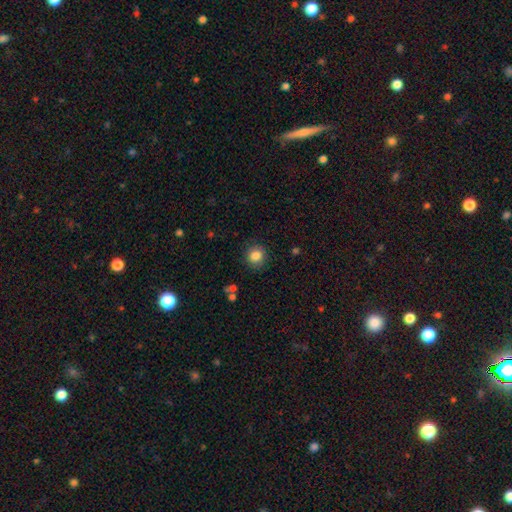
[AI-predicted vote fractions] Morphology: type=smooth (84%); roundness=round (91%); merging=none (89%).